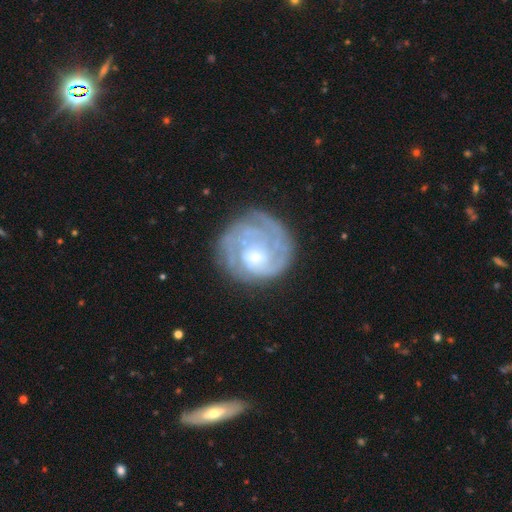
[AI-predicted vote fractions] A featured or disk galaxy (74%) with no bar (70%), tight (65%) spiral arms (85%) and a small central bulge (41%).

Vote fractions:
- Smooth or featured? featured or disk: 74% / smooth: 19% / star or artifact: 6%
- Edge-on disk? no: 98% / yes: 2%
- Bar? no: 70% / weak: 25% / strong: 5%
- Spiral arms? yes: 85% / no: 15%
- Spiral winding? tight: 65% / medium: 25% / loose: 10%
- Spiral arm count? can't tell: 39% / 2: 23% / 3: 14% / 1: 14% / 4: 6% / more than 4: 4%
- Bulge size? small: 41% / moderate: 38% / none: 10% / large: 9% / dominant: 2%
- Merging? none: 66% / minor disturbance: 19% / major disturbance: 13% / merger: 3%